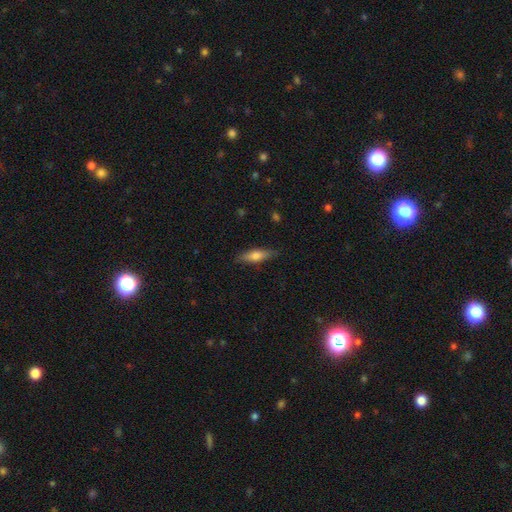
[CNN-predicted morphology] Smooth or featured? Predicted: smooth (p=0.65). How rounded? Predicted: cigar-shaped (p=0.53). Merging? Predicted: none (p=0.83).